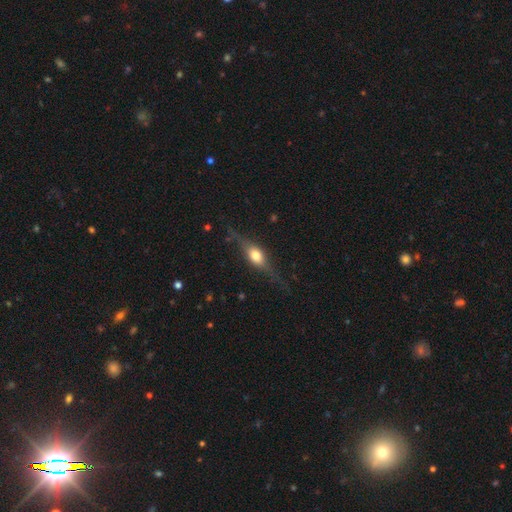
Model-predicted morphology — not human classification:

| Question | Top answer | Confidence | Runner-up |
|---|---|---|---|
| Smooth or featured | featured or disk | 62% | smooth (31%) |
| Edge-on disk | yes | 91% | no (9%) |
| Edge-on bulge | rounded | 92% | boxy (6%) |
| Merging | none | 75% | minor disturbance (16%) |